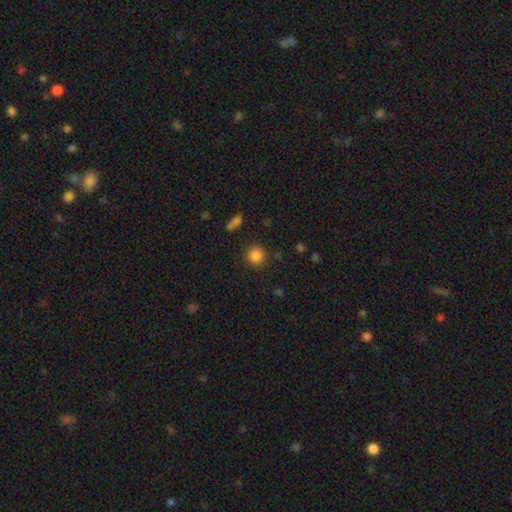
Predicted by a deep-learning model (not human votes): A smooth galaxy with no disk features (84%) that is round (92%).

Vote fractions:
- Smooth or featured? smooth: 84% / star or artifact: 11% / featured or disk: 4%
- How rounded? round: 92% / in between: 7% / cigar-shaped: 1%
- Merging? none: 87% / minor disturbance: 8% / major disturbance: 3% / merger: 2%